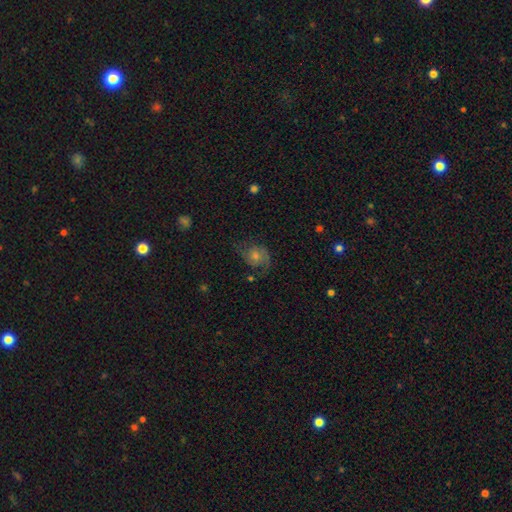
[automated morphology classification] Smooth or featured: featured or disk — 64% (smooth — 21%)
Edge-on disk: no — 97% (yes — 3%)
Bar: no — 75% (weak — 22%)
Spiral arms: yes — 91% (no — 9%)
Spiral winding: medium — 47% (loose — 29%)
Spiral arm count: 2 — 72% (can't tell — 12%)
Bulge size: moderate — 48% (small — 38%)
Merging: none — 64% (minor disturbance — 20%)